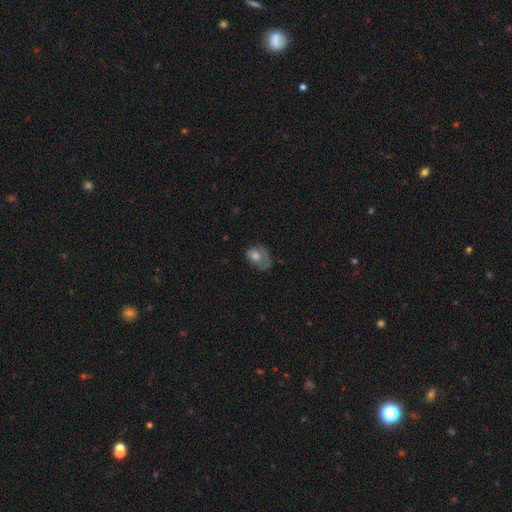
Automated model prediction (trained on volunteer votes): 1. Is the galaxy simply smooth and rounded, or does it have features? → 60% smooth, 30% featured or disk, 11% star or artifact.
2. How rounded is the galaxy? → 72% in between, 27% round, 1% cigar-shaped.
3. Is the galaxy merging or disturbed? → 34% major disturbance (tied), 34% none (tied), 30% minor disturbance, 2% merger.